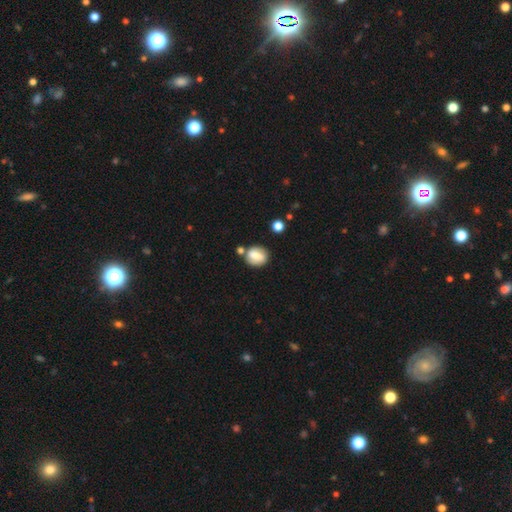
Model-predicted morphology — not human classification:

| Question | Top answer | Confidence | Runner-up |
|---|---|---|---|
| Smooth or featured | smooth | 62% | featured or disk (30%) |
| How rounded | round | 57% | in between (41%) |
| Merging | none | 65% | merger (15%) |